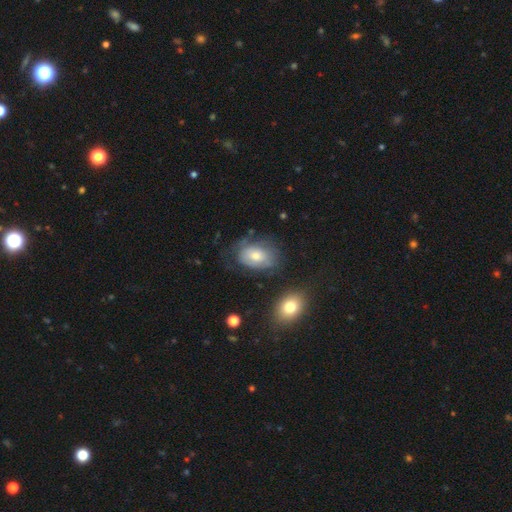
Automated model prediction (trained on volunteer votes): Overall: featured or disk (46%; smooth 44%). Merging: none (55%; minor disturbance 26%).